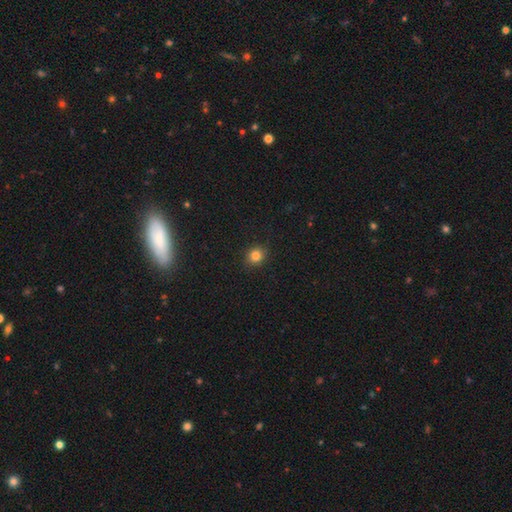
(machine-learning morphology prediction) A smooth galaxy with no disk features (83%) that is round (80%).

Vote fractions:
- Smooth or featured? smooth: 83% / star or artifact: 12% / featured or disk: 5%
- How rounded? round: 80% / in between: 19% / cigar-shaped: 1%
- Merging? none: 89% / minor disturbance: 8% / major disturbance: 2% / merger: 1%